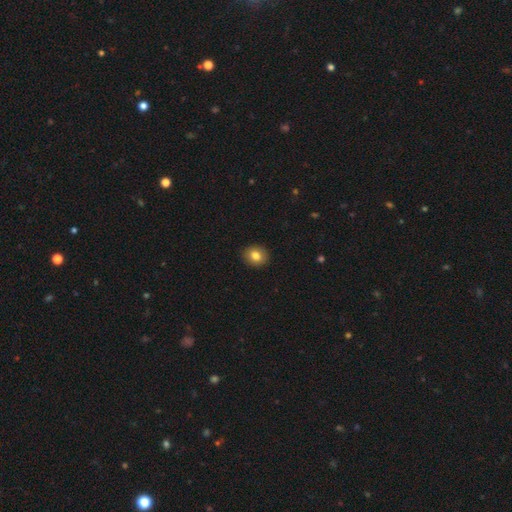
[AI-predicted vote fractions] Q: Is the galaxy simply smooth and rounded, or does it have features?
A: smooth — 81%.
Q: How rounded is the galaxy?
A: round — 65%.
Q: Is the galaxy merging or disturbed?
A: none — 91%.